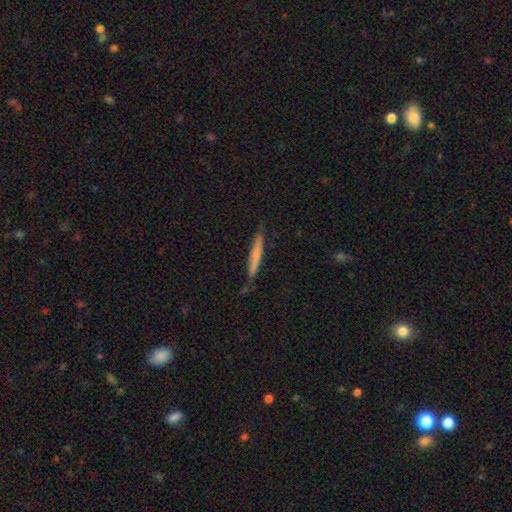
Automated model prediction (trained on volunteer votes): Smooth or featured? smooth (65%)
How rounded? cigar-shaped (96%)
Merging? none (80%)